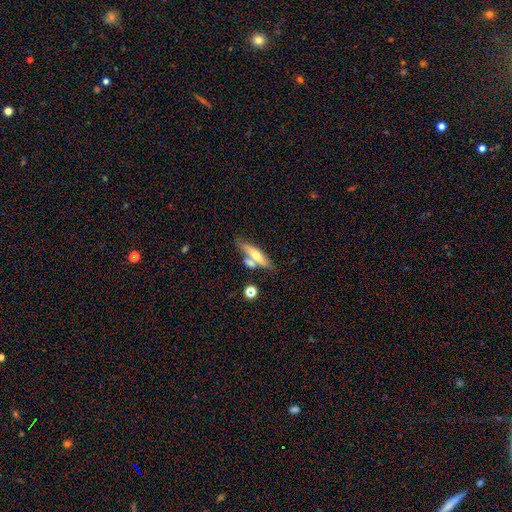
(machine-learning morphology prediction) smooth-or-featured: smooth: 49% | featured or disk: 44% | star or artifact: 7%
  merging: none: 52% | merger: 28% | minor disturbance: 14% | major disturbance: 5%